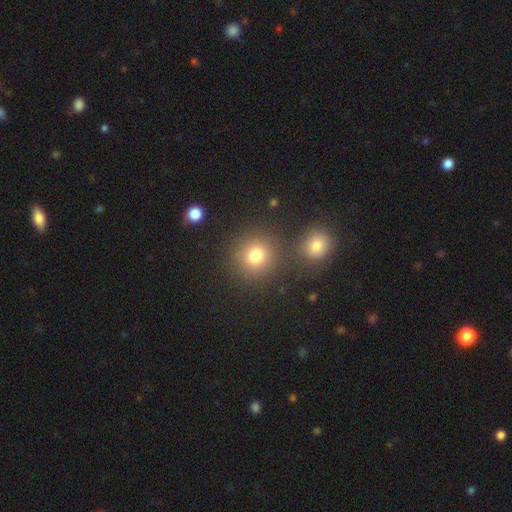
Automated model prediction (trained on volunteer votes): smooth_or_featured: smooth (p=0.78) [alt: star or artifact p=0.14]
how_rounded: round (p=0.88) [alt: in between p=0.11]
merging: none (p=0.75) [alt: merger p=0.14]